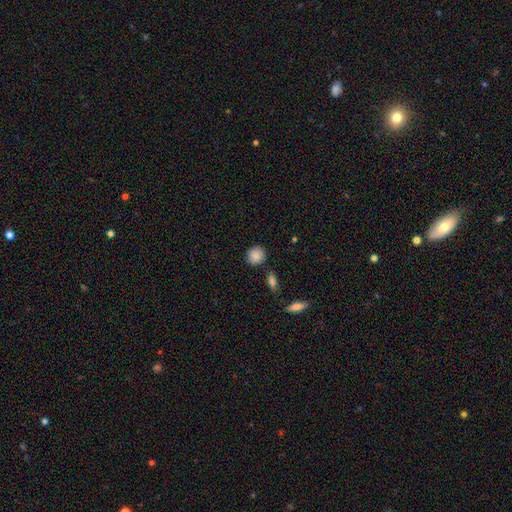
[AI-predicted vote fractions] A smooth galaxy with no disk features (87%) that is round (88%). Merging: none (86%).